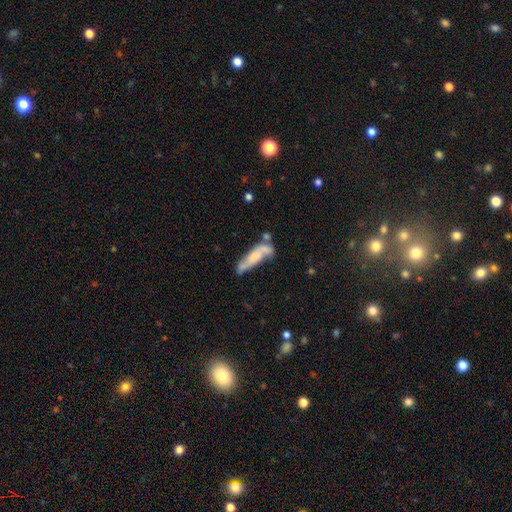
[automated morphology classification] This is possibly a smooth galaxy (48%). Merging: marginally none (42%).